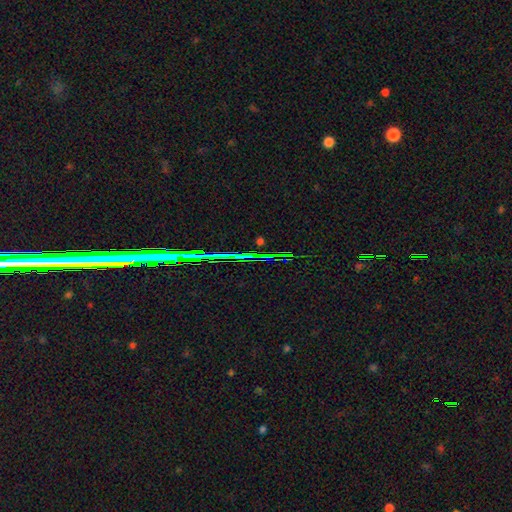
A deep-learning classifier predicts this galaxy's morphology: Smooth or featured? star or artifact (76%)